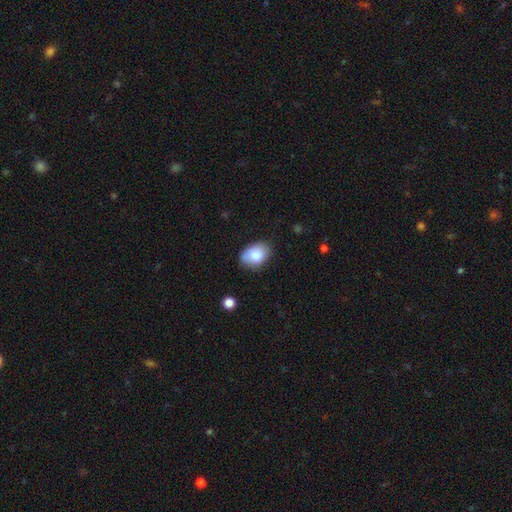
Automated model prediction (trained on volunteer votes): smooth 81%, featured or disk 12%, star or artifact 7%. Down the decision tree: how rounded — in between (82%); merging — none (76%).